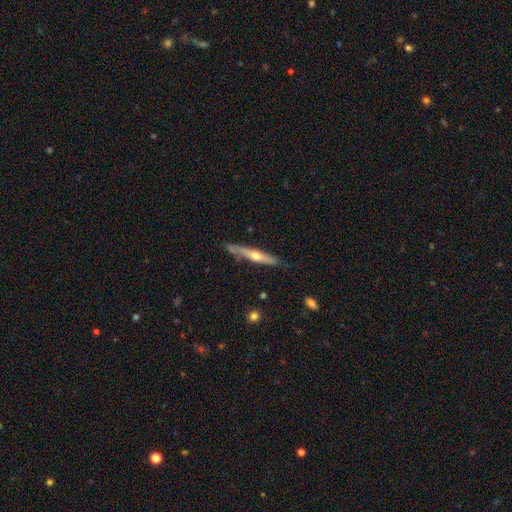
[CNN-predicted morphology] smooth-or-featured: featured or disk: 66% | smooth: 28% | star or artifact: 6%
  disk-edge-on: yes: 95% | no: 5%
    edge-on-bulge: rounded: 87% | none: 10% | boxy: 3%
  merging: none: 83% | minor disturbance: 13% | major disturbance: 2% | merger: 2%